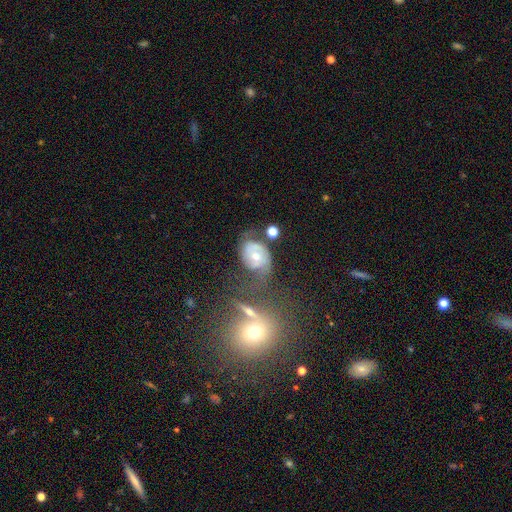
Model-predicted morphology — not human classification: The model was most divided on "merging": none: 36%, minor disturbance: 25%, major disturbance: 23%, merger: 15%. More confident: edge-on disk — no (96%); spiral arms — yes (77%); bar — no (70%); smooth or featured — featured or disk (64%); bulge size — moderate (58%).